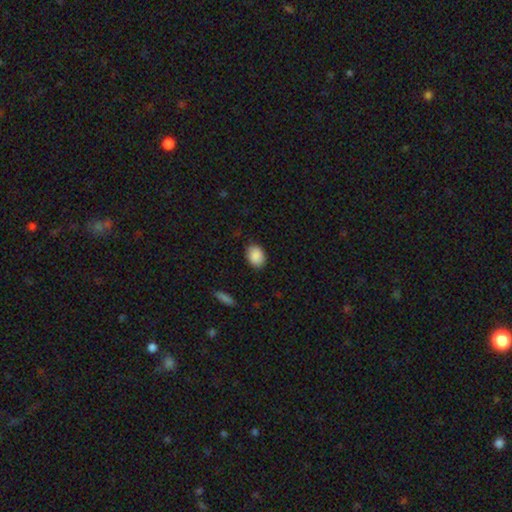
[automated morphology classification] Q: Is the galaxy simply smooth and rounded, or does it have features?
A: smooth — 90%.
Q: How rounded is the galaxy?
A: in between — 68%.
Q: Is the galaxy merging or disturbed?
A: none — 86%.